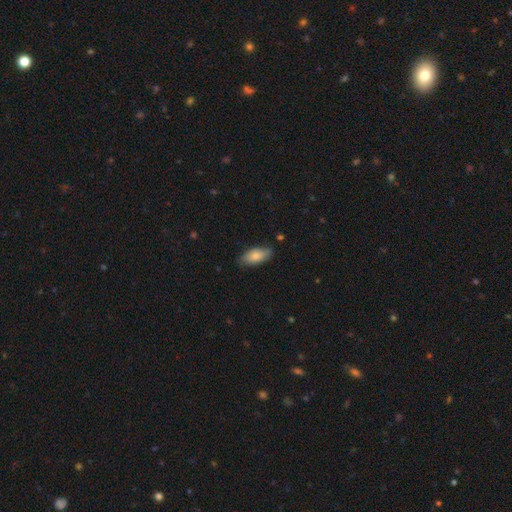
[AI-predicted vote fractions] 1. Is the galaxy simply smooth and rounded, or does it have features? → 79% smooth, 14% featured or disk, 6% star or artifact.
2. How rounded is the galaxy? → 89% in between, 9% cigar-shaped, 2% round.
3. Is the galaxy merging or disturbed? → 74% none, 21% minor disturbance, 3% major disturbance, 2% merger.